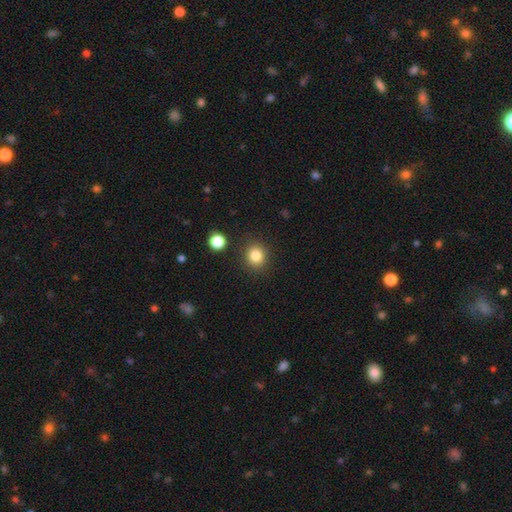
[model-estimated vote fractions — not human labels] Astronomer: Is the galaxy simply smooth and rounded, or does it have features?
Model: smooth — 84%.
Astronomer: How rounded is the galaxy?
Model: round — 84%.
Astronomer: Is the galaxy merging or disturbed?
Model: none — 87%.